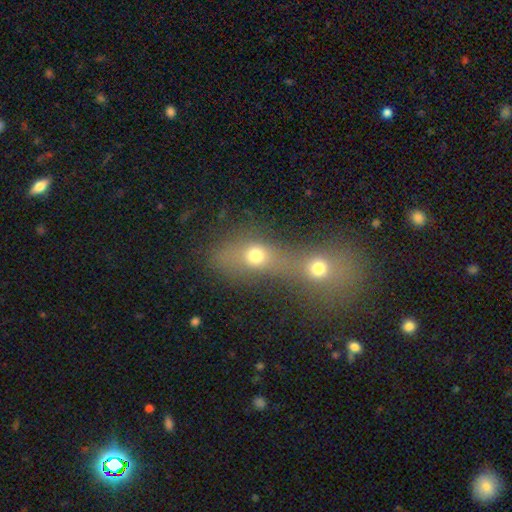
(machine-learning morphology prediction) Overall: smooth (67%). How rounded: round (57%; in between 38%). Merging: merger (75%).